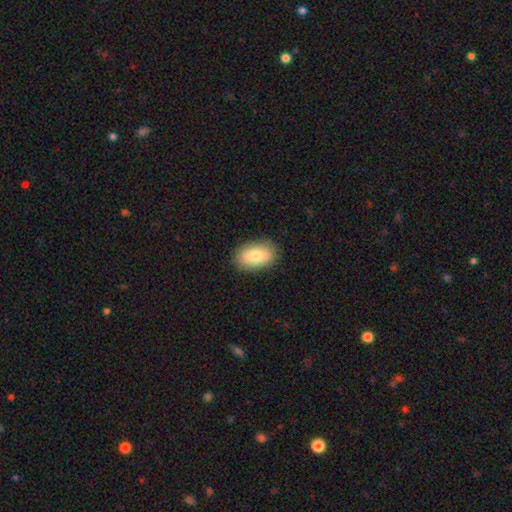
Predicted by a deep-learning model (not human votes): Smooth or featured? Predicted: smooth (p=0.80). How rounded? Predicted: in between (p=0.90). Merging? Predicted: none (p=0.86).